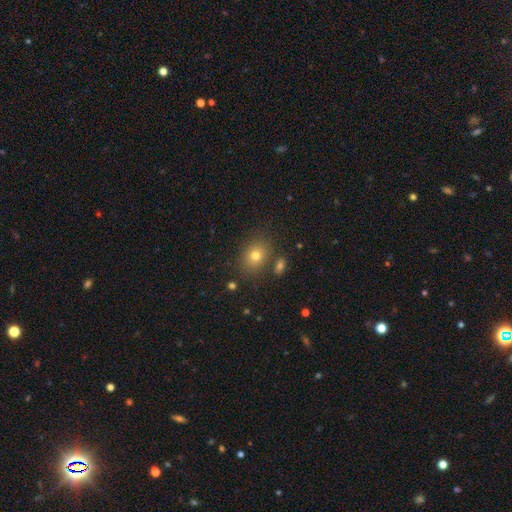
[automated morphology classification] This appears to be a smooth galaxy with no disk features (75%) that is in between round and cigar-shaped (54%). Merging: none (77%).